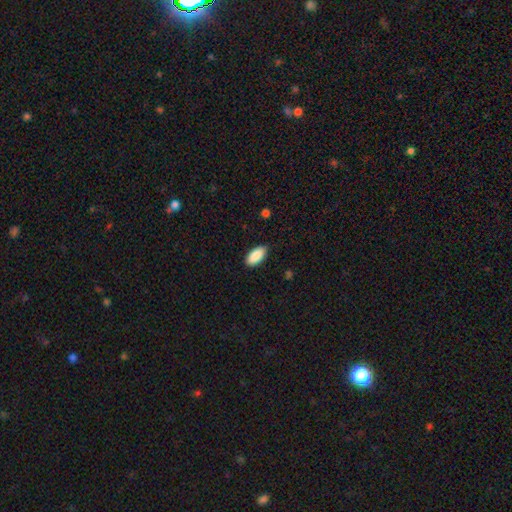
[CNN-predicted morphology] This appears to be a smooth galaxy with no disk features (90%) that is in between round and cigar-shaped (93%). Merging: none (87%).